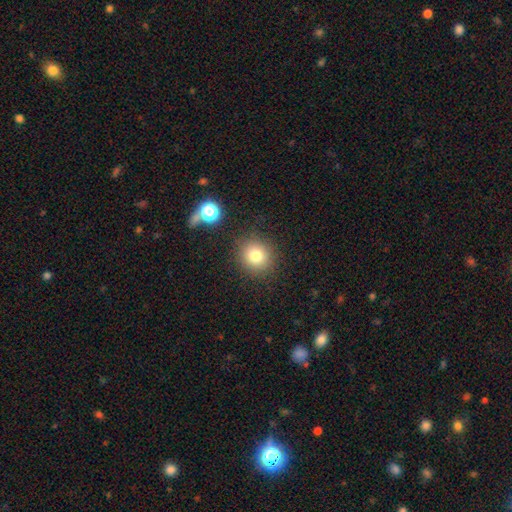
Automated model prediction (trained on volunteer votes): smooth 75%, star or artifact 17%, featured or disk 8%. Down the decision tree: how rounded — round (92%); merging — none (89%).